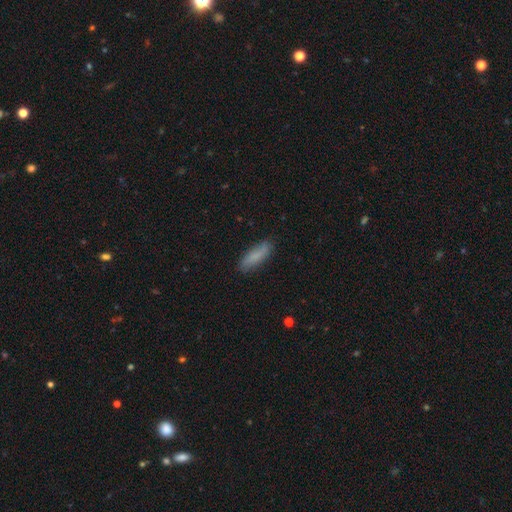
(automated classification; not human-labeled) Smooth or featured? smooth (82%)
How rounded? cigar-shaped (54%)
Merging? none (83%)